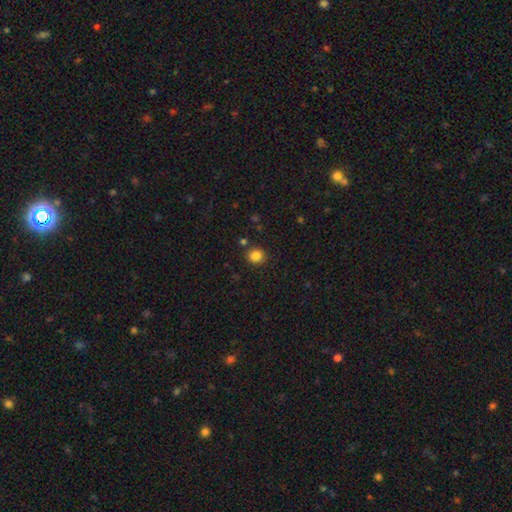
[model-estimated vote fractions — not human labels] smooth_or_featured: smooth (p=0.84) [alt: star or artifact p=0.11]
how_rounded: round (p=0.81) [alt: in between p=0.19]
merging: none (p=0.87) [alt: minor disturbance p=0.07]